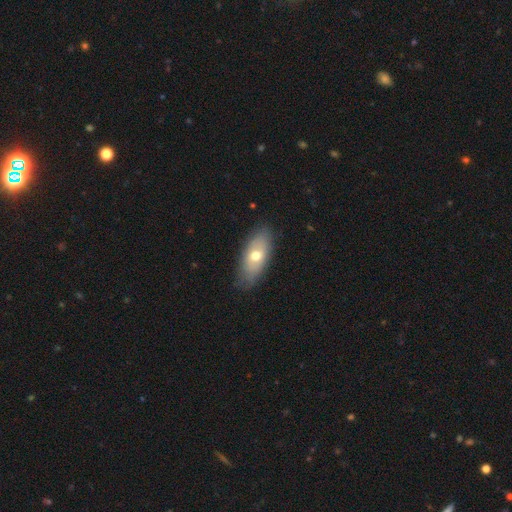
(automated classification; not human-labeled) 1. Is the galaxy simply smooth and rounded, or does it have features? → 61% smooth, 32% featured or disk, 7% star or artifact.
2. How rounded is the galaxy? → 85% in between, 10% cigar-shaped, 4% round.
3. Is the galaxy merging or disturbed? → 80% none, 15% minor disturbance, 4% major disturbance, 1% merger.